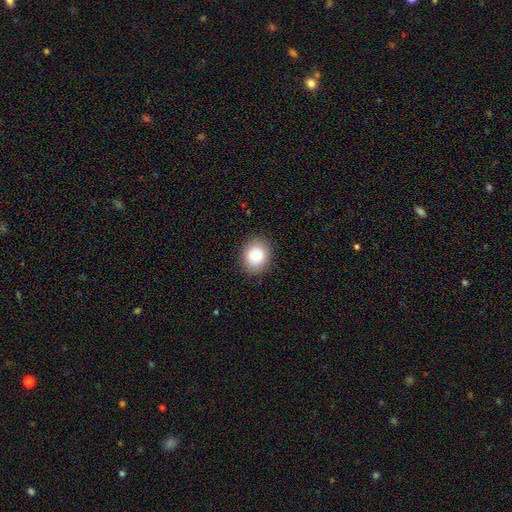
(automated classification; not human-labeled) Morphology: type=smooth (82%); roundness=round (65%); merging=none (89%).